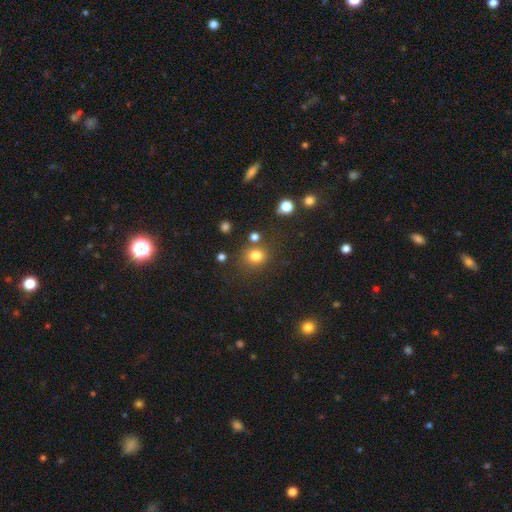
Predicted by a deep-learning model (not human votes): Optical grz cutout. It shows a smooth galaxy with no disk features (79%) that is round (80%). Merging: none (76%).